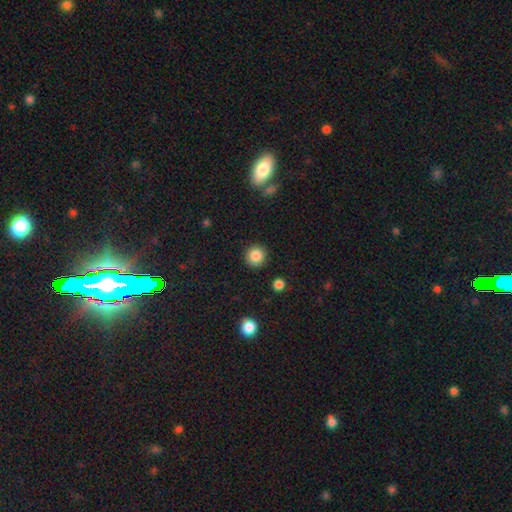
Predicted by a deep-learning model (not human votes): Smooth or featured?
  - smooth: 86% *
  - star or artifact: 10%
  - featured or disk: 5%
How rounded?
  - round: 93% *
  - in between: 6%
  - cigar-shaped: 1%
Merging?
  - none: 91% *
  - minor disturbance: 6%
  - major disturbance: 2%
  - merger: 1%